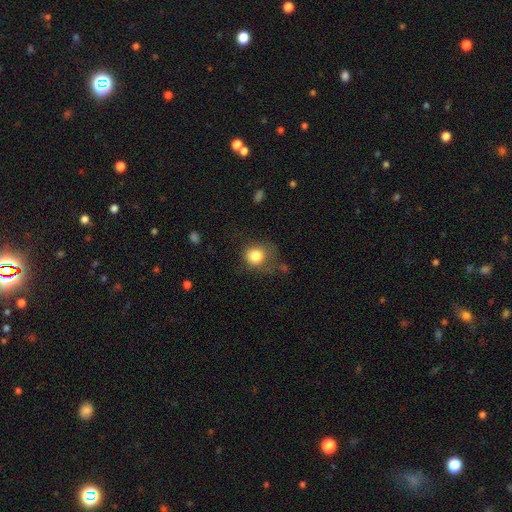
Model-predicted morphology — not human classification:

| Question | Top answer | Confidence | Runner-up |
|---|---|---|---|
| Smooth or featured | smooth | 81% | star or artifact (10%) |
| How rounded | round | 80% | in between (19%) |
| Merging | none | 55% | minor disturbance (26%) |